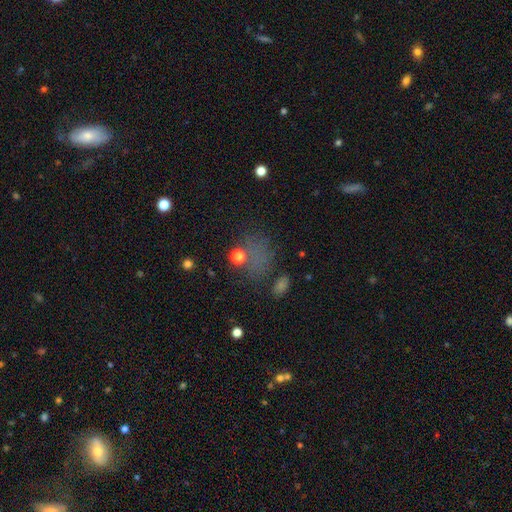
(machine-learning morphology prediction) This is possibly a smooth galaxy (50%). Merging: possibly none (56%).